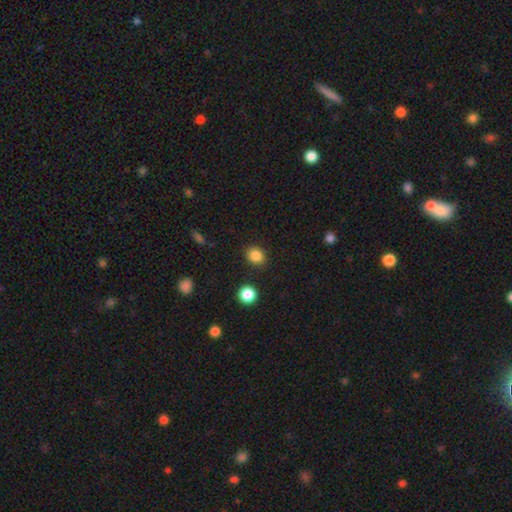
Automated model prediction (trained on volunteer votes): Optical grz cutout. It shows a smooth galaxy with no disk features (86%) that is round (69%). Merging: none (88%).